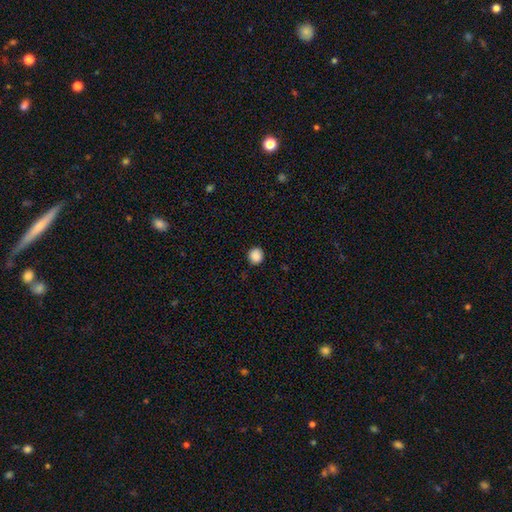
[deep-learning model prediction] Smooth or featured: smooth — 88% (star or artifact — 10%)
How rounded: round — 88% (in between — 11%)
Merging: none — 90% (minor disturbance — 7%)